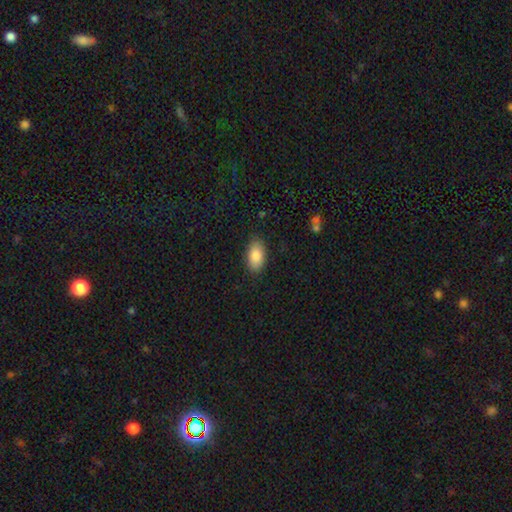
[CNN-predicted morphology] smooth_or_featured: smooth (p=0.87) [alt: star or artifact p=0.07]
how_rounded: in between (p=0.93) [alt: round p=0.04]
merging: none (p=0.85) [alt: minor disturbance p=0.11]